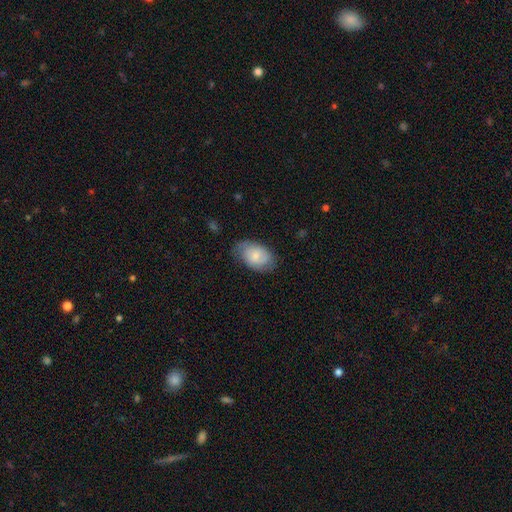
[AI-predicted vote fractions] Smooth or featured: smooth — 65% (featured or disk — 29%)
How rounded: in between — 88% (round — 10%)
Merging: none — 67% (minor disturbance — 25%)